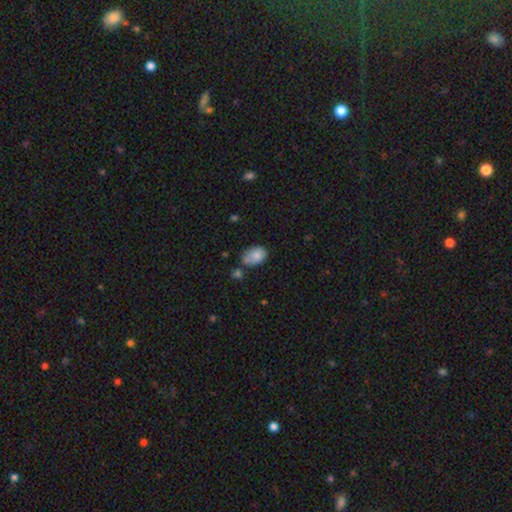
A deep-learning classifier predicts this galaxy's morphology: A smooth galaxy with no disk features (81%) that is in between round and cigar-shaped (82%).

Vote fractions:
- Smooth or featured? smooth: 81% / featured or disk: 10% / star or artifact: 8%
- How rounded? in between: 82% / round: 17% / cigar-shaped: 1%
- Merging? none: 45% / minor disturbance: 29% / merger: 17% / major disturbance: 9%